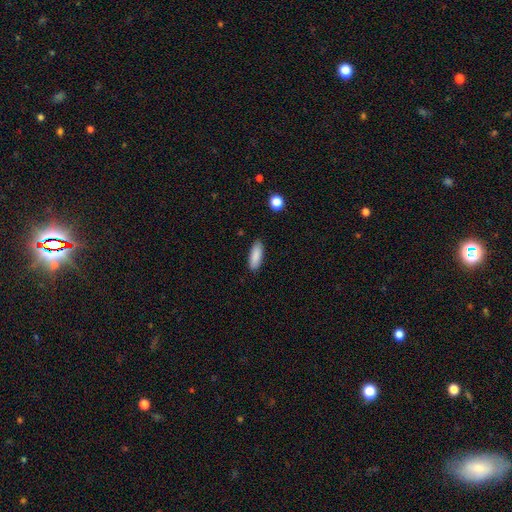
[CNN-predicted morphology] Smooth or featured? smooth (88%)
How rounded? in between (64%)
Merging? none (87%)